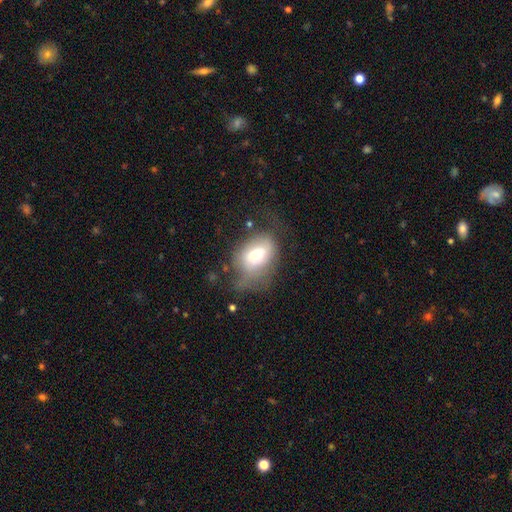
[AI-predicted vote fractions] Smooth or featured?
  - smooth: 62% *
  - featured or disk: 28%
  - star or artifact: 10%
How rounded?
  - in between: 75% *
  - round: 24%
  - cigar-shaped: 1%
Merging?
  - none: 38% *
  - minor disturbance: 31%
  - major disturbance: 27%
  - merger: 4%